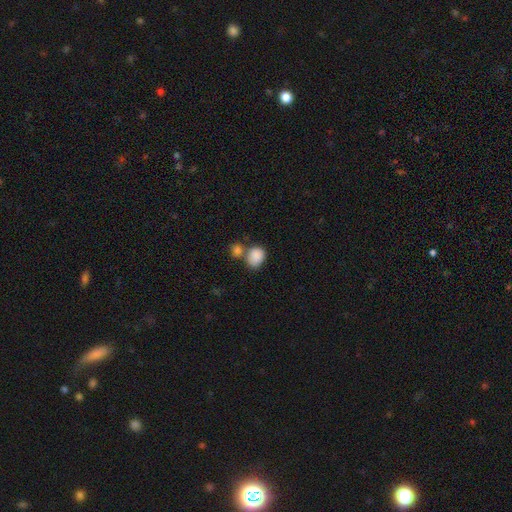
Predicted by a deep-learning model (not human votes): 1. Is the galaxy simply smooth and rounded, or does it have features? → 87% smooth, 7% star or artifact, 6% featured or disk.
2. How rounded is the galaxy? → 50% in between, 49% round, 1% cigar-shaped.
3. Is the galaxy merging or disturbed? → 41% merger (tied), 41% none (tied), 13% minor disturbance, 5% major disturbance.